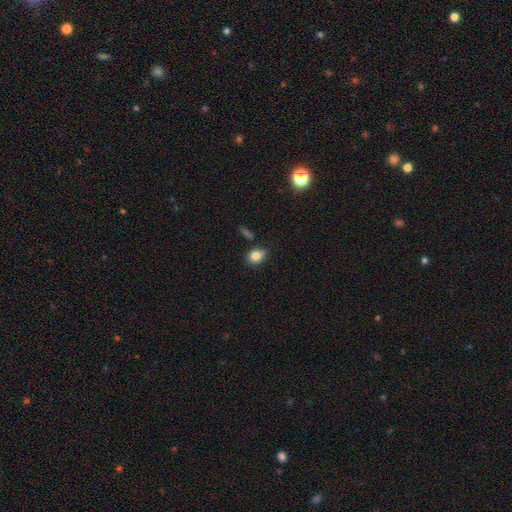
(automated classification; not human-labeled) smooth_or_featured: smooth (p=0.82) [alt: star or artifact p=0.11]
how_rounded: in between (p=0.51) [alt: round p=0.47]
merging: none (p=0.72) [alt: minor disturbance p=0.19]